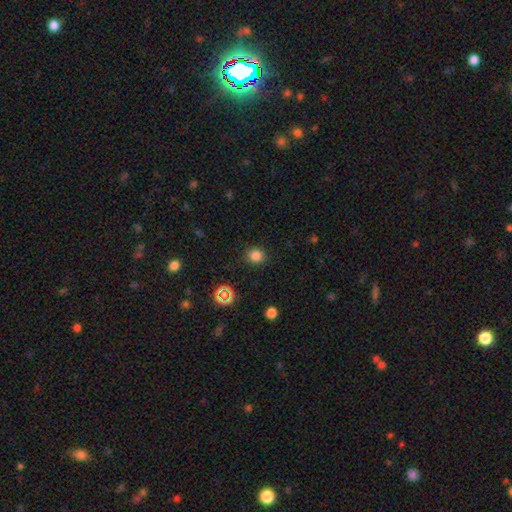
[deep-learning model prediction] Q: Smooth or featured?
A: smooth (80%); runner-up: star or artifact (16%)
Q: How rounded?
A: round (90%); runner-up: in between (9%)
Q: Merging?
A: none (89%); runner-up: minor disturbance (7%)